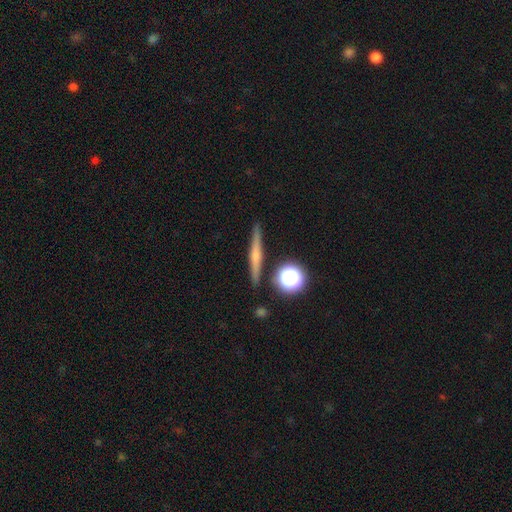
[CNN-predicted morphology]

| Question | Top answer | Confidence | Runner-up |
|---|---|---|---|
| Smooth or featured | featured or disk | 57% | smooth (26%) |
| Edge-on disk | yes | 94% | no (6%) |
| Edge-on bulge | rounded | 68% | none (23%) |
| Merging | none | 86% | minor disturbance (7%) |